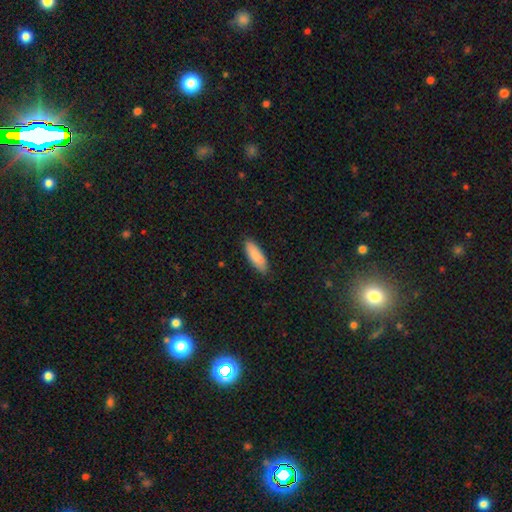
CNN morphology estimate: Smooth or featured? smooth (86%)
How rounded? in between (64%)
Merging? none (86%)